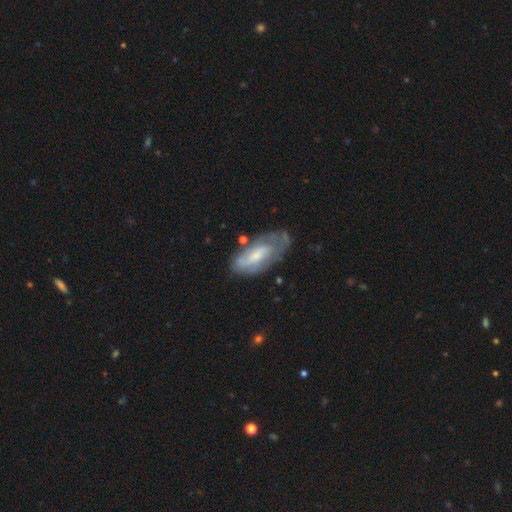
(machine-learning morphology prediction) smooth_or_featured: featured or disk (p=0.56) [alt: smooth p=0.37]
disk_edge_on: no (p=0.88) [alt: yes p=0.12]
merging: none (p=0.53) [alt: minor disturbance p=0.28]